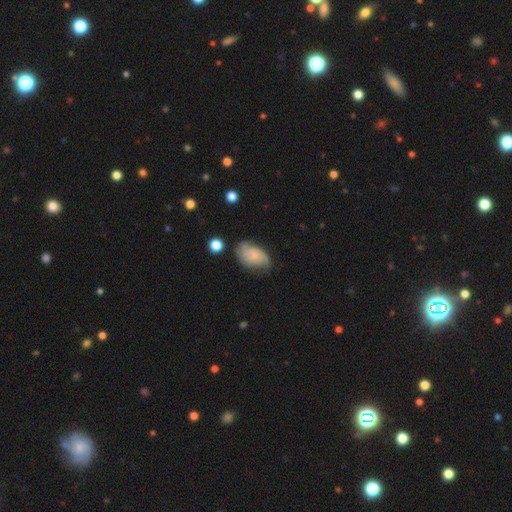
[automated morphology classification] This is possibly a featured or disk galaxy (58%). It is clearly not viewed edge-on (97%). Bar: likely no (72%). Spiral arm pattern: clearly yes (90%). Spiral arm count: possibly 2 (59%). Spiral winding: marginally medium (40%). Central bulge: possibly none (46%). Merging: possibly none (57%).